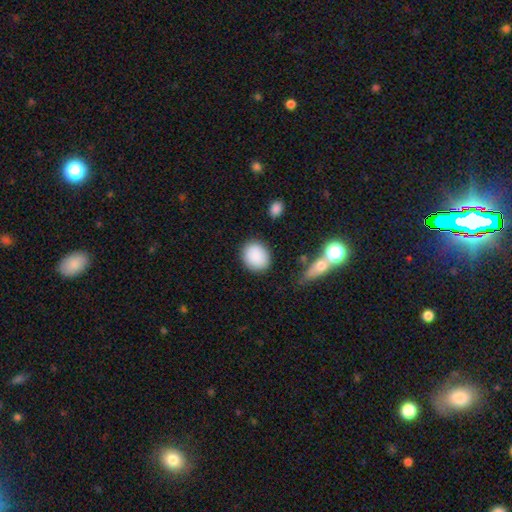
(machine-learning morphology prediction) smooth-or-featured: smooth: 88% | star or artifact: 7% | featured or disk: 4%
  how-rounded: round: 61% | in between: 38% | cigar-shaped: 1%
  merging: none: 83% | minor disturbance: 11% | major disturbance: 3% | merger: 3%